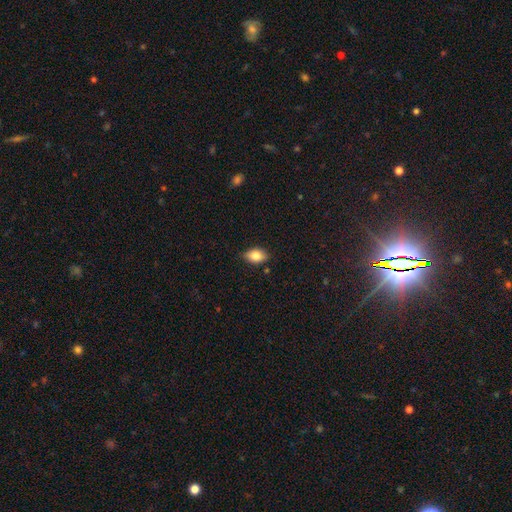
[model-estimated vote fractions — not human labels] smooth 83%, featured or disk 9%, star or artifact 8%. Down the decision tree: how rounded — in between (87%); merging — none (81%).